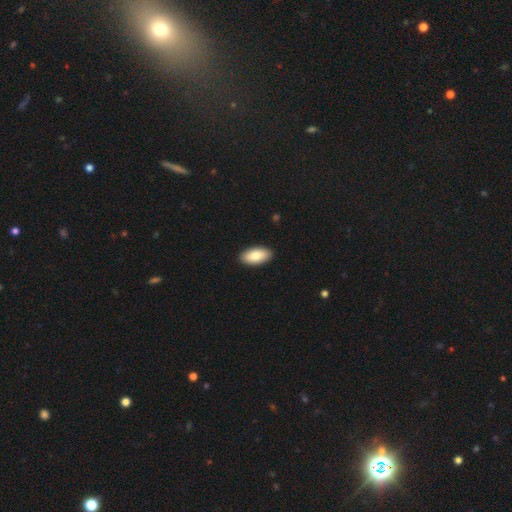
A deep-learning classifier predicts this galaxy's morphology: type=smooth (85%); roundness=in between (94%); merging=none (91%).